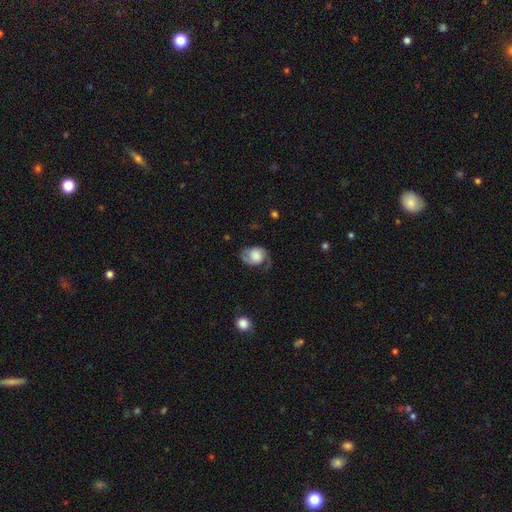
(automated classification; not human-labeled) This is possibly a featured or disk galaxy (59%). It is clearly not viewed edge-on (97%). Bar: likely no (73%). Spiral arm pattern: clearly yes (89%). Spiral arm count: likely 2 (77%). Spiral winding: marginally medium (41%). Central bulge: marginally large (43%). Merging: possibly none (53%).